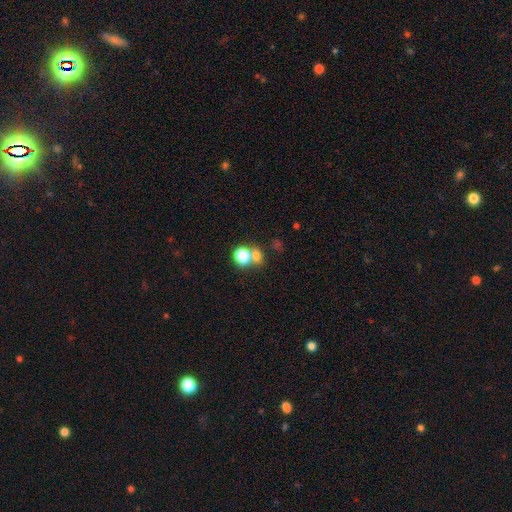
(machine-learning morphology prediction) This appears to be a smooth galaxy with no disk features (67%) that is round (70%). Merging: none (48%).